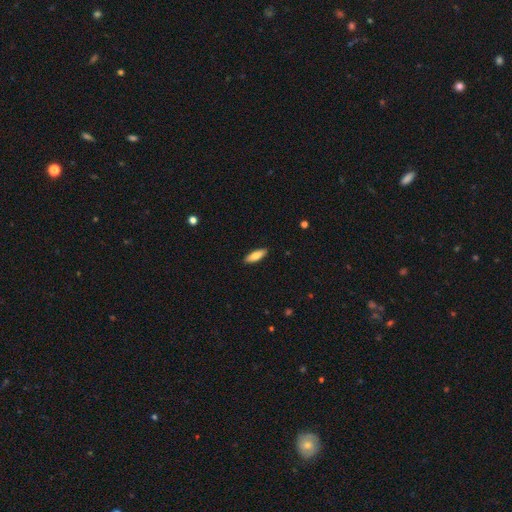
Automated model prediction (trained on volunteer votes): smooth_or_featured: smooth (p=0.81) [alt: featured or disk p=0.13]
how_rounded: in between (p=0.56) [alt: cigar-shaped p=0.43]
merging: none (p=0.90) [alt: minor disturbance p=0.07]